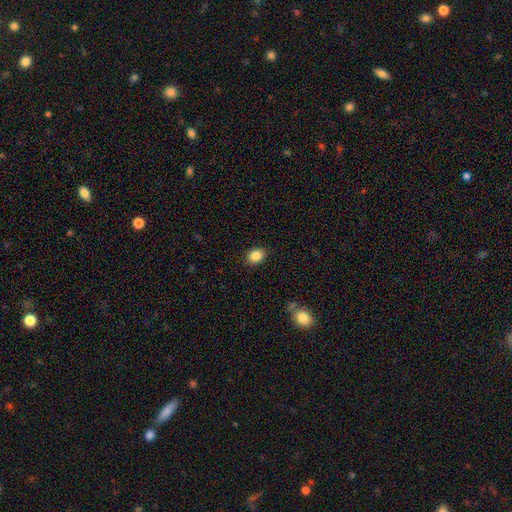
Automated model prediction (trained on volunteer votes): This appears to be a smooth galaxy with no disk features (87%) that is in between round and cigar-shaped (60%). Merging: none (88%).